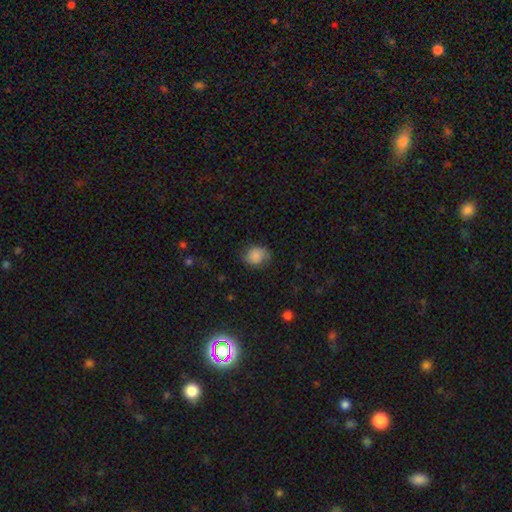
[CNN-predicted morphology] The model was most divided on "how rounded": round: 51%, in between: 48%, cigar-shaped: 1%. More confident: smooth or featured — smooth (78%); merging — none (67%).